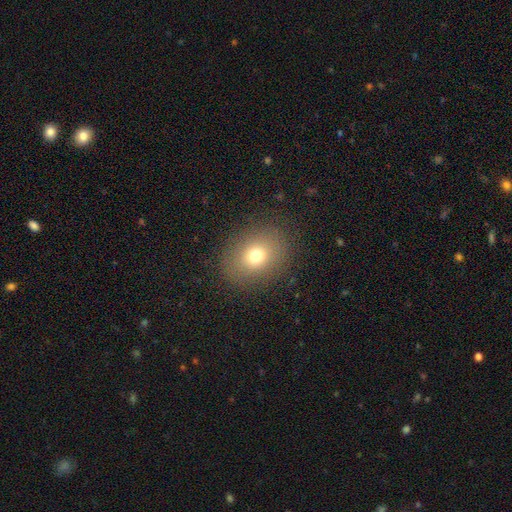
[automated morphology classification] Smooth or featured? smooth (73%)
How rounded? in between (54%)
Merging? none (86%)